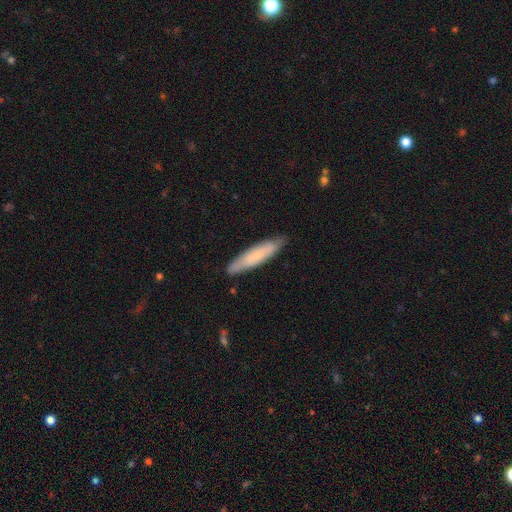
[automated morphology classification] This appears to be a smooth galaxy with no disk features (69%) that is cigar-shaped (82%). Merging: none (84%).